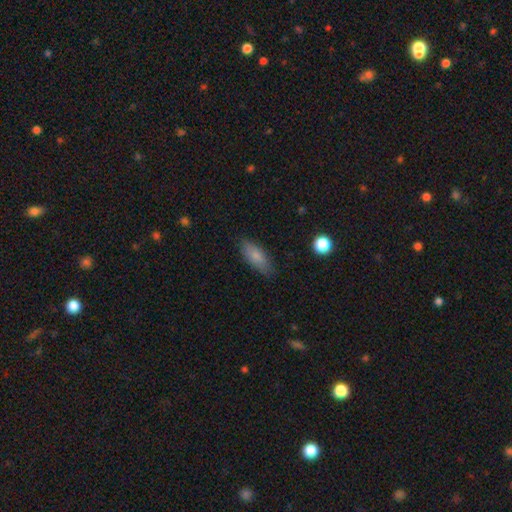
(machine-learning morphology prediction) A smooth galaxy with no disk features (82%) that is in between round and cigar-shaped (77%). Merging: none (81%).